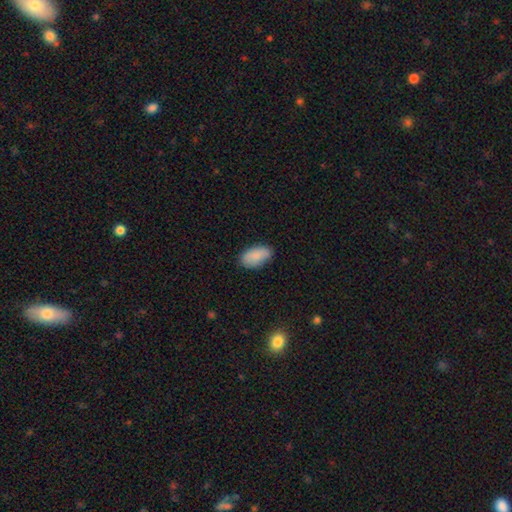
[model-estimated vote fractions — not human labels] Morphology: type=smooth (87%); roundness=in between (94%); merging=none (82%).